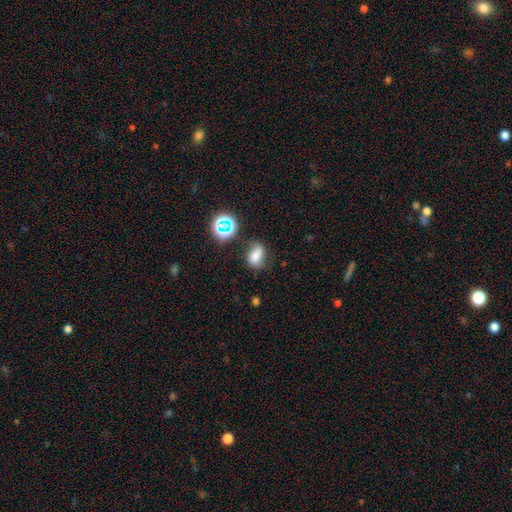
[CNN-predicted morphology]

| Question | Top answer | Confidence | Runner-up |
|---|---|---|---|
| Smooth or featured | smooth | 70% | star or artifact (18%) |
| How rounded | in between | 76% | round (21%) |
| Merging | none | 61% | minor disturbance (25%) |